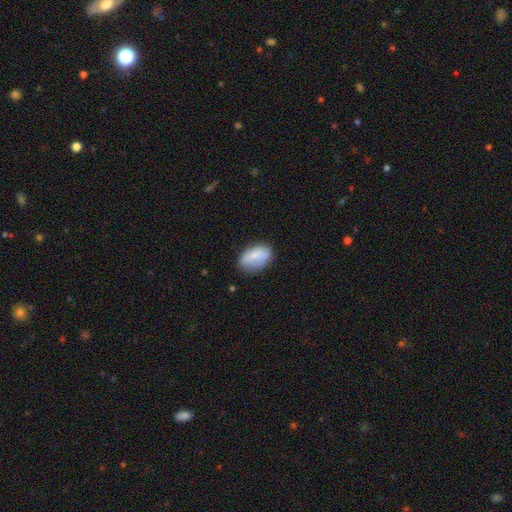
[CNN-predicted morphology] smooth_or_featured: smooth (p=0.74) [alt: featured or disk p=0.18]
how_rounded: in between (p=0.88) [alt: round p=0.10]
merging: none (p=0.66) [alt: minor disturbance p=0.24]